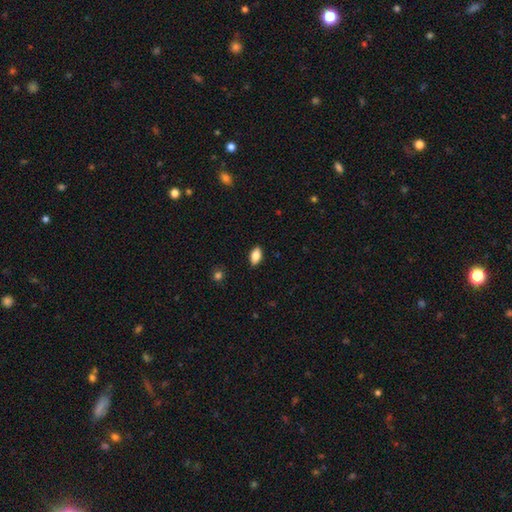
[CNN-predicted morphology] Smooth or featured? smooth (82%)
How rounded? in between (90%)
Merging? none (88%)